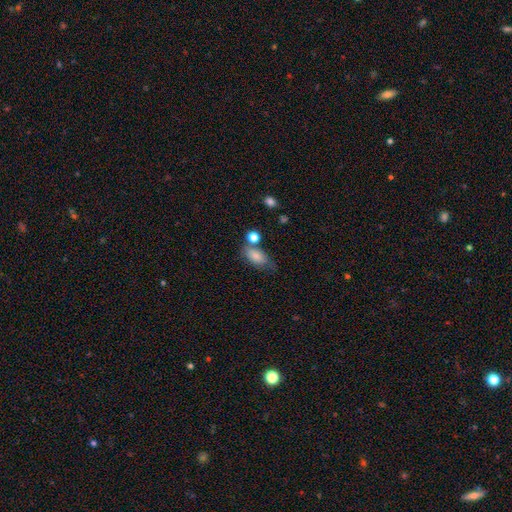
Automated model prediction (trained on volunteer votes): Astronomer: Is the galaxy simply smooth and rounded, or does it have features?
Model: smooth — 81%.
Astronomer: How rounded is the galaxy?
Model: in between — 87%.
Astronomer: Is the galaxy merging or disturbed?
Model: none — 52%.